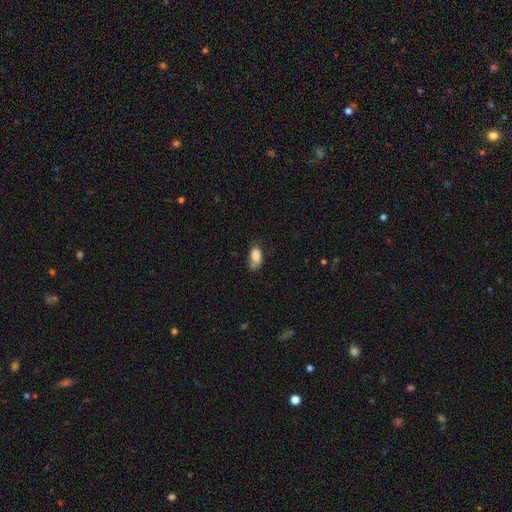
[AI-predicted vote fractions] This is clearly a smooth galaxy (82%). How rounded: clearly in between (90%). Merging: possibly none (46%).